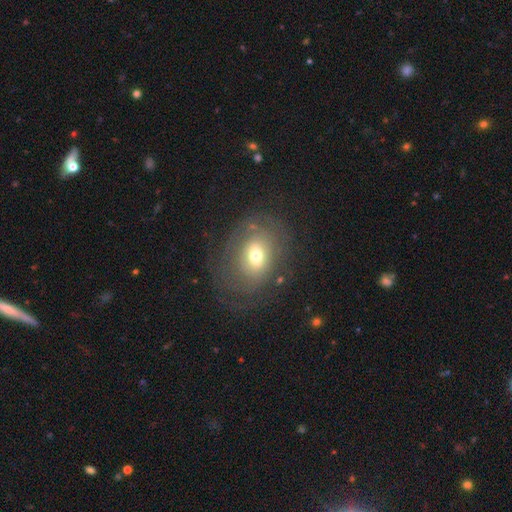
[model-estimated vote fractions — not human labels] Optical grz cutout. It shows a featured or disk galaxy (50%). Merging: none (65%).